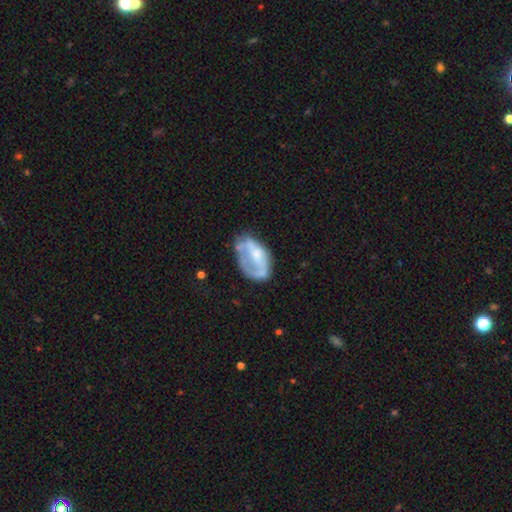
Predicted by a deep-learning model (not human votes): Smooth or featured? Predicted: featured or disk (p=0.52). Edge-on disk? Predicted: no (p=0.95). Bar? Predicted: no (p=0.67). Spiral arms? Predicted: no (p=0.68). Bulge size? Predicted: moderate (p=0.36). Merging? Predicted: none (p=0.38).